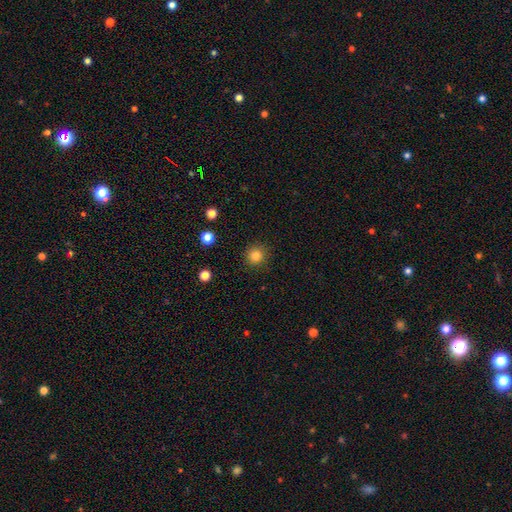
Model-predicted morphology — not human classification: This is clearly a smooth galaxy (82%). How rounded: clearly round (94%). Merging: clearly none (91%).